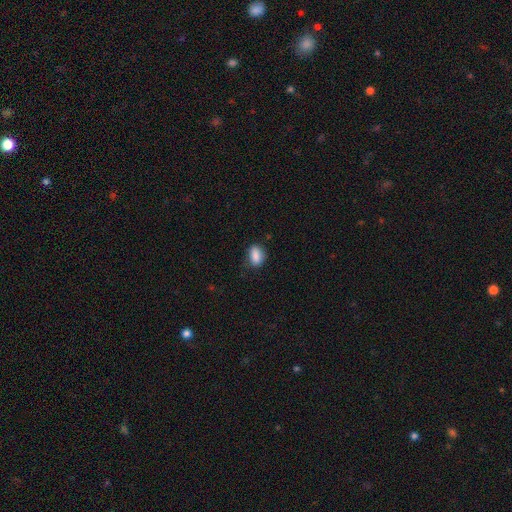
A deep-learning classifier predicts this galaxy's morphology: A smooth galaxy with no disk features (87%) that is in between round and cigar-shaped (82%).

Vote fractions:
- Smooth or featured? smooth: 87% / star or artifact: 8% / featured or disk: 5%
- How rounded? in between: 82% / round: 14% / cigar-shaped: 4%
- Merging? none: 74% / minor disturbance: 20% / major disturbance: 4% / merger: 1%